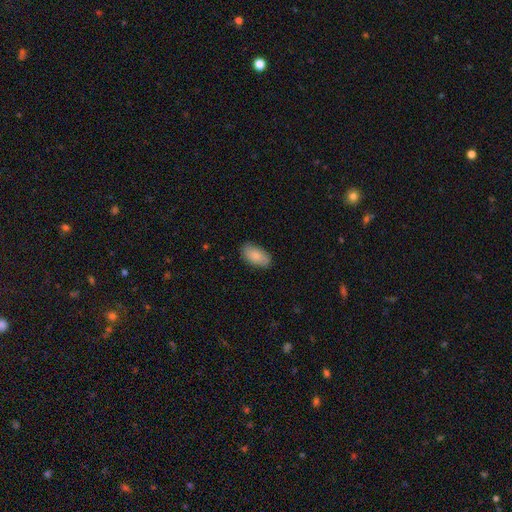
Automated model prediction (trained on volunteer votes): Q: Smooth or featured?
A: smooth (83%); runner-up: featured or disk (11%)
Q: How rounded?
A: in between (94%); runner-up: round (3%)
Q: Merging?
A: none (84%); runner-up: minor disturbance (13%)